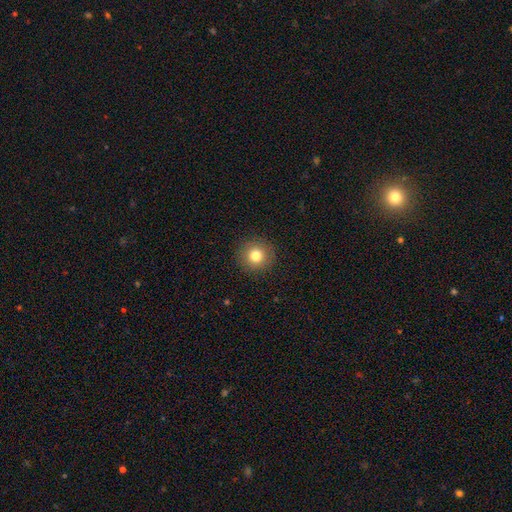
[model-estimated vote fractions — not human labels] Smooth or featured: smooth — 79% (star or artifact — 11%)
How rounded: round — 95% (in between — 4%)
Merging: none — 91% (minor disturbance — 6%)